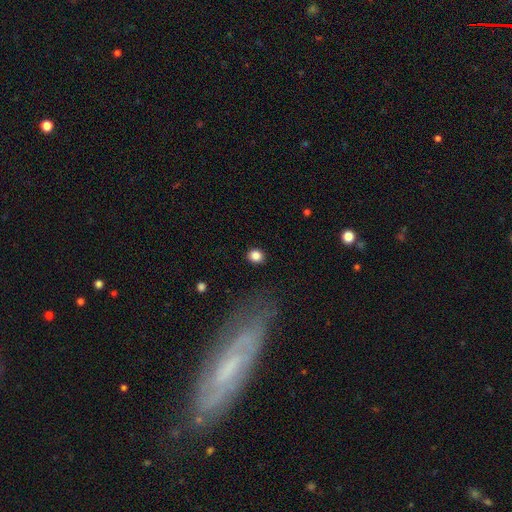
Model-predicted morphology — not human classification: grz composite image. It shows a smooth galaxy with no disk features (85%) that is round (75%). Merging: none (90%).